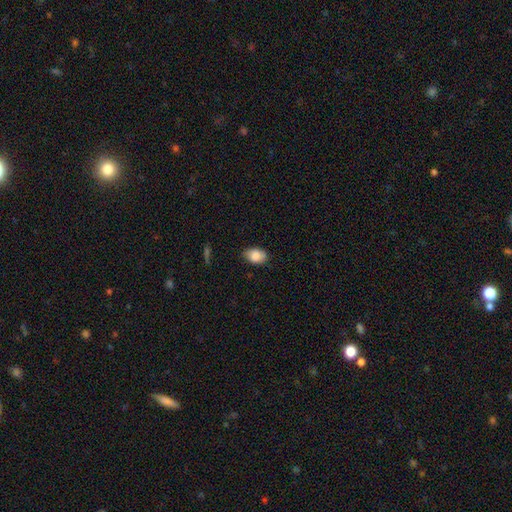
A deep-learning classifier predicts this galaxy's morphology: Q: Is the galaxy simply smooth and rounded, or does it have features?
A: smooth — 87%.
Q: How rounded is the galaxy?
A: in between — 82%.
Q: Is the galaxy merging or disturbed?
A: none — 73%.